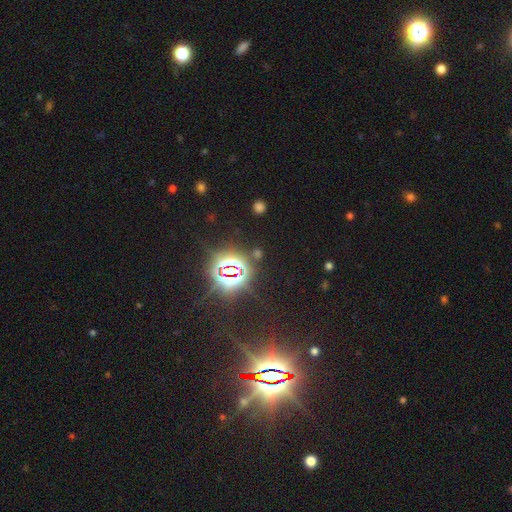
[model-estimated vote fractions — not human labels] Smooth or featured: star or artifact — 80% (smooth — 13%)